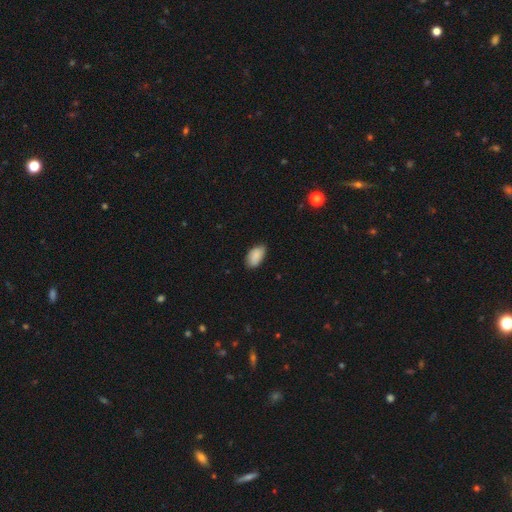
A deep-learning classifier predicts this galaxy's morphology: This appears to be a smooth galaxy with no disk features (88%) that is in between round and cigar-shaped (94%). Merging: none (78%).